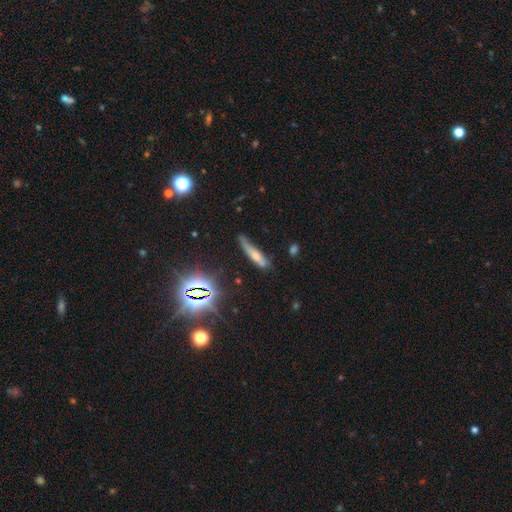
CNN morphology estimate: Overall: smooth (58%; featured or disk 27%). How rounded: cigar-shaped (81%). Merging: none (47%; minor disturbance 33%).